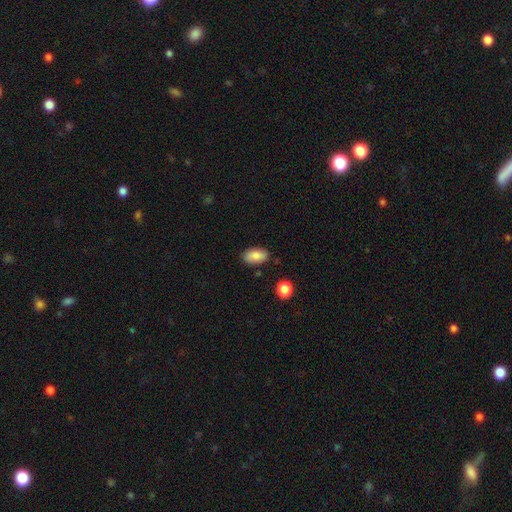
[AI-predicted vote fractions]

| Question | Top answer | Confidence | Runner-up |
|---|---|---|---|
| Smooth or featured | smooth | 85% | featured or disk (8%) |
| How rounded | in between | 93% | round (5%) |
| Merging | none | 83% | minor disturbance (12%) |